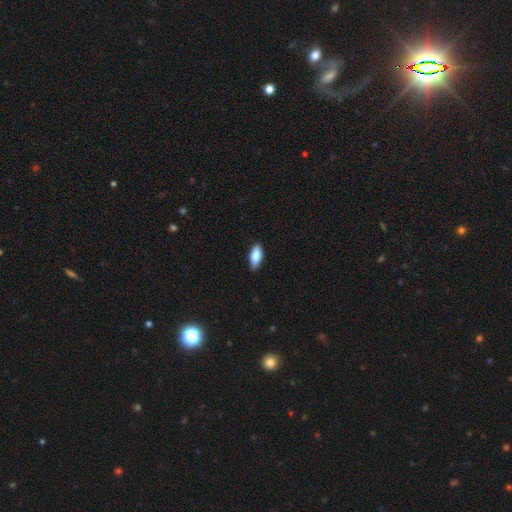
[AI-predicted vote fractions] Smooth or featured: smooth — 80% (featured or disk — 13%)
How rounded: in between — 81% (cigar-shaped — 17%)
Merging: none — 85% (minor disturbance — 12%)